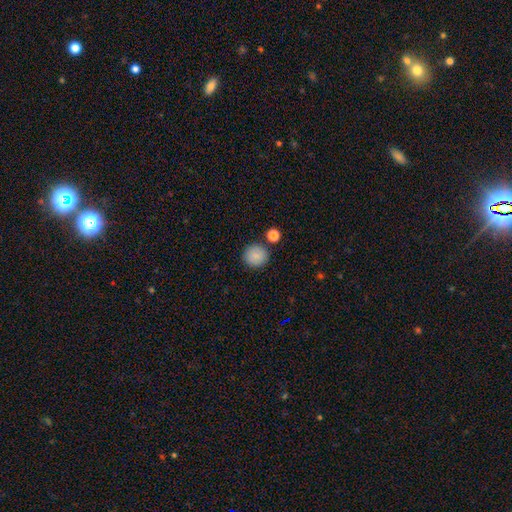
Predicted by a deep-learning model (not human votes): This appears to be a smooth galaxy with no disk features (87%) that is round (90%). Merging: none (85%).